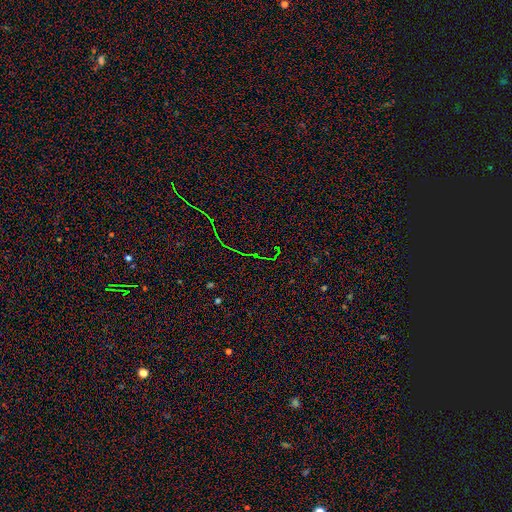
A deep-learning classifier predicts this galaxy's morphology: smooth_or_featured: star or artifact (p=0.78) [alt: smooth p=0.11]